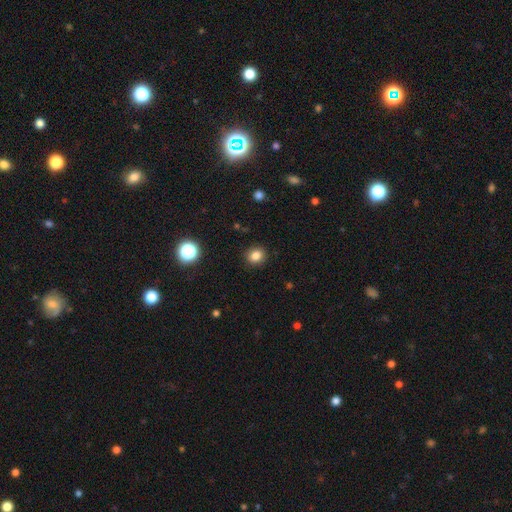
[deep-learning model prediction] Smooth or featured?
  - smooth: 83% *
  - star or artifact: 12%
  - featured or disk: 5%
How rounded?
  - round: 82% *
  - in between: 17%
  - cigar-shaped: 1%
Merging?
  - none: 91% *
  - minor disturbance: 6%
  - major disturbance: 2%
  - merger: 1%